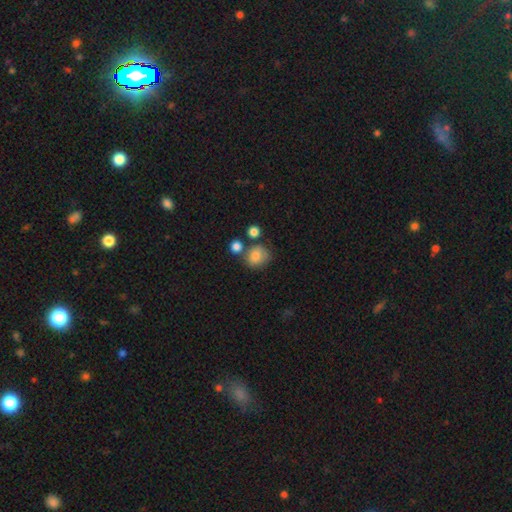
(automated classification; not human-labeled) Morphology: type=smooth (80%); roundness=round (76%); merging=none (61%).